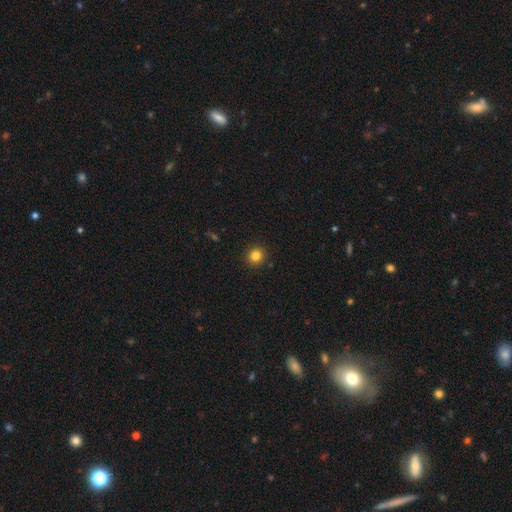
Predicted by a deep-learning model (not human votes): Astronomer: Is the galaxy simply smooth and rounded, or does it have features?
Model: smooth — 83%.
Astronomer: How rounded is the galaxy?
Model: round — 92%.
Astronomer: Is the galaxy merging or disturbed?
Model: none — 92%.